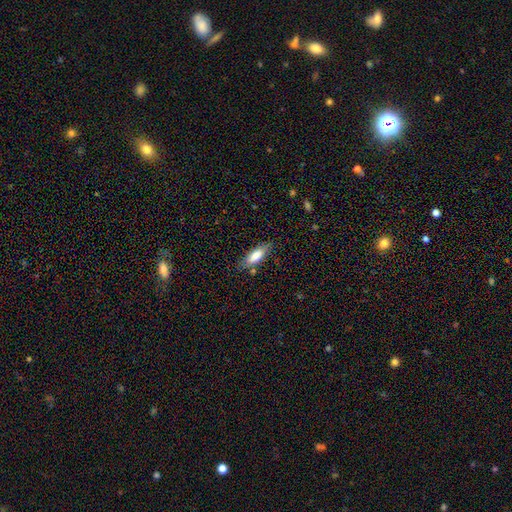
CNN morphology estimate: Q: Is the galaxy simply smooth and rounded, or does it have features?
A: smooth — 79%.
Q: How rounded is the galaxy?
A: in between — 62%.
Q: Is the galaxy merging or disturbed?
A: none — 77%.